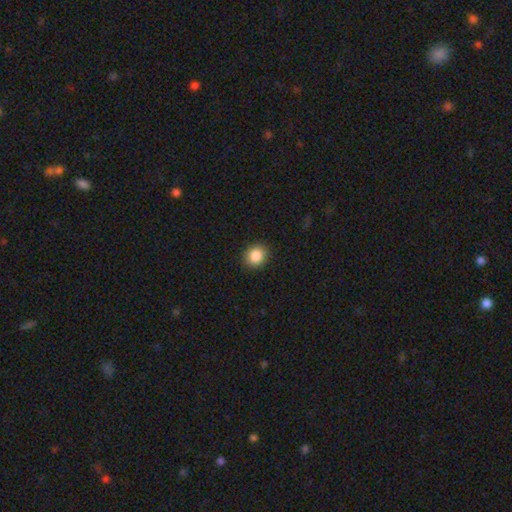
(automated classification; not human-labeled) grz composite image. It shows a smooth galaxy with no disk features (87%) that is round (74%). Merging: none (90%).